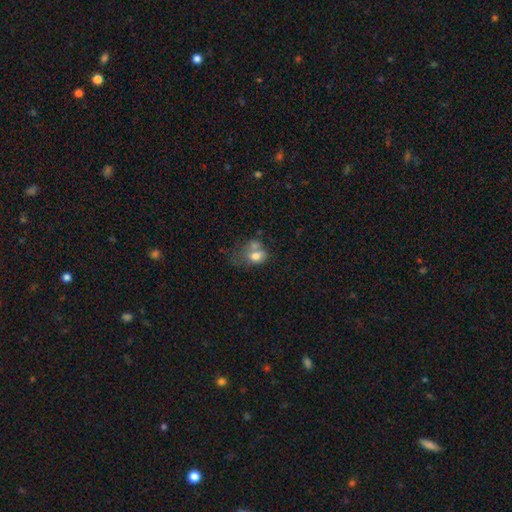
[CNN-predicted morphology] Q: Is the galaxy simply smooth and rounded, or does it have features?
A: smooth — 72%.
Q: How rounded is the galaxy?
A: in between — 66%.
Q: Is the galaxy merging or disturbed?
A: merger — 45%.